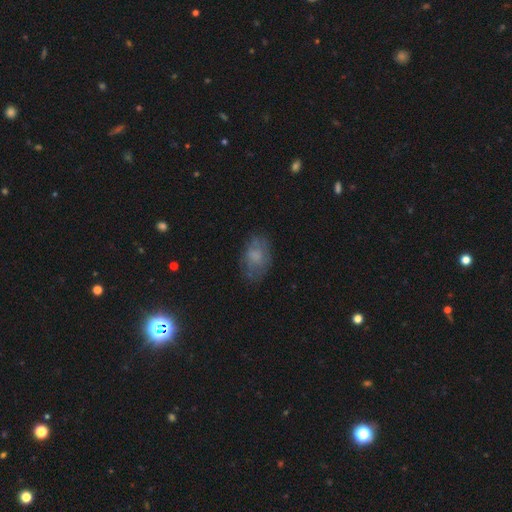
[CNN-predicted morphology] A smooth galaxy with no disk features (60%) that is in between round and cigar-shaped (86%). Merging: none (66%).